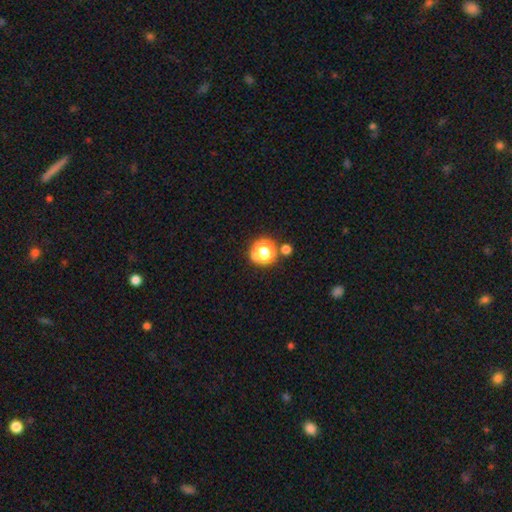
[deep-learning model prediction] Smooth or featured? Predicted: star or artifact (p=0.47).